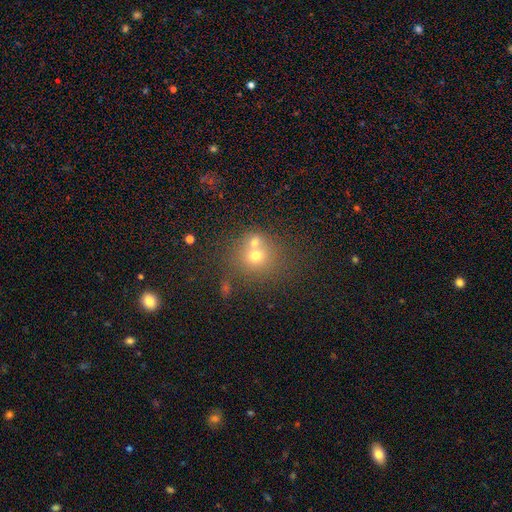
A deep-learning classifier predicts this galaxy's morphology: Smooth or featured: smooth — 65% (featured or disk — 19%)
How rounded: round — 82% (in between — 17%)
Merging: none — 45% (merger — 42%)